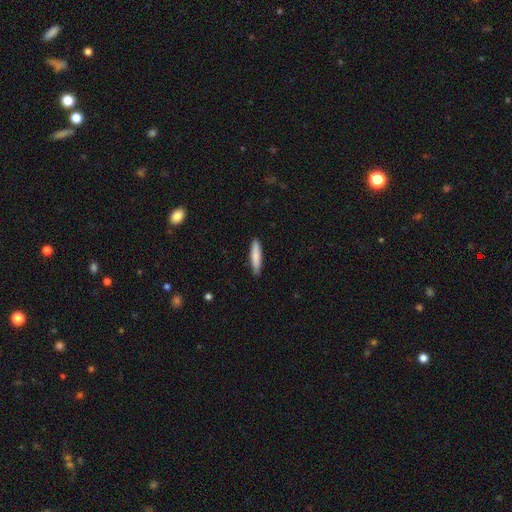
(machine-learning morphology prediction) Smooth or featured?
  - smooth: 83% *
  - featured or disk: 12%
  - star or artifact: 5%
How rounded?
  - cigar-shaped: 86% *
  - in between: 12%
  - round: 1%
Merging?
  - none: 90% *
  - minor disturbance: 8%
  - major disturbance: 1%
  - merger: 1%